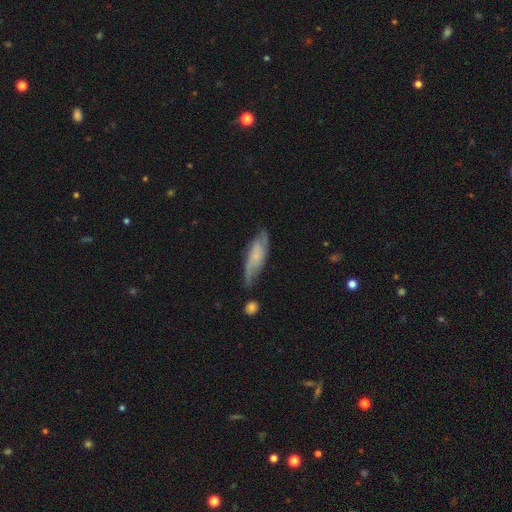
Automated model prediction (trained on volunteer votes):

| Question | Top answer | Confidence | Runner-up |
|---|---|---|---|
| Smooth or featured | featured or disk | 55% | smooth (38%) |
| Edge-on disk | no | 74% | yes (26%) |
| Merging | none | 60% | minor disturbance (27%) |